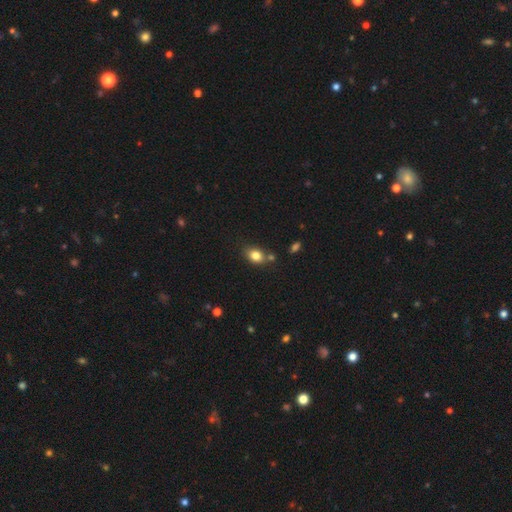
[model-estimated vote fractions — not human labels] Smooth or featured? smooth (81%)
How rounded? in between (65%)
Merging? none (68%)